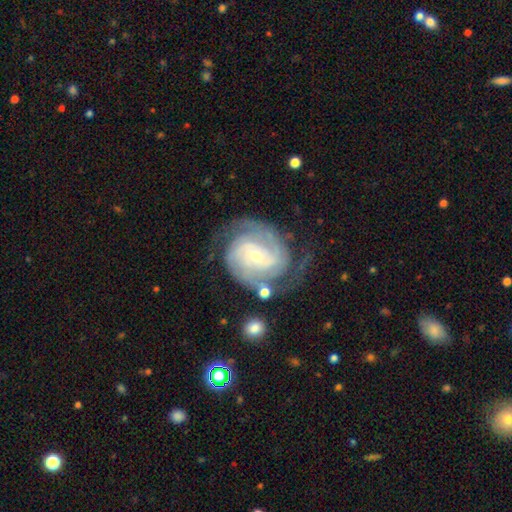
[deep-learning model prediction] Smooth or featured? featured or disk (91%)
Edge-on disk? no (98%)
Bar? no (46%)
Spiral arms? yes (98%)
Spiral winding? tight (66%)
Spiral arm count? 2 (57%)
Bulge size? small (68%)
Merging? none (69%)